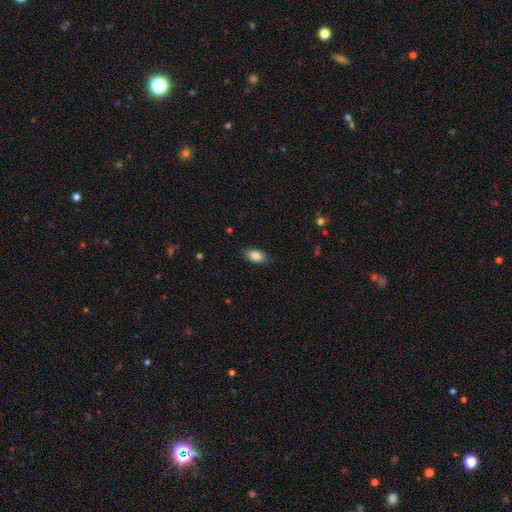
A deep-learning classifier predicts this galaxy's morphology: Smooth or featured?
  - smooth: 85% *
  - featured or disk: 8%
  - star or artifact: 7%
How rounded?
  - in between: 90% *
  - cigar-shaped: 5%
  - round: 5%
Merging?
  - none: 83% *
  - minor disturbance: 14%
  - major disturbance: 3%
  - merger: 1%